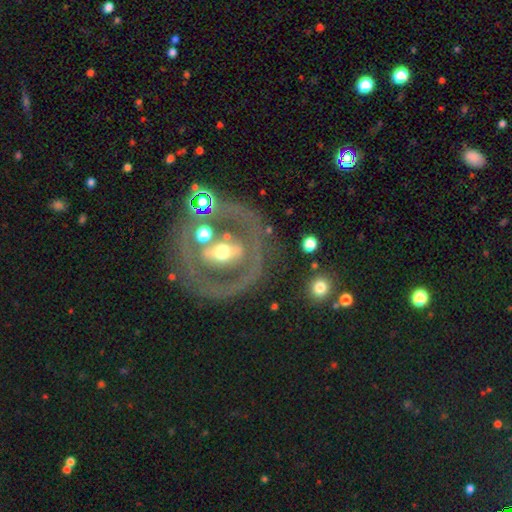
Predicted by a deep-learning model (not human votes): Q: Smooth or featured?
A: featured or disk (72%); runner-up: smooth (15%)
Q: Edge-on disk?
A: no (93%); runner-up: yes (7%)
Q: Bar?
A: no (44%); runner-up: weak (29%)
Q: Spiral arms?
A: no (58%); runner-up: yes (42%)
Q: Bulge size?
A: moderate (60%); runner-up: small (29%)
Q: Merging?
A: none (68%); runner-up: minor disturbance (15%)